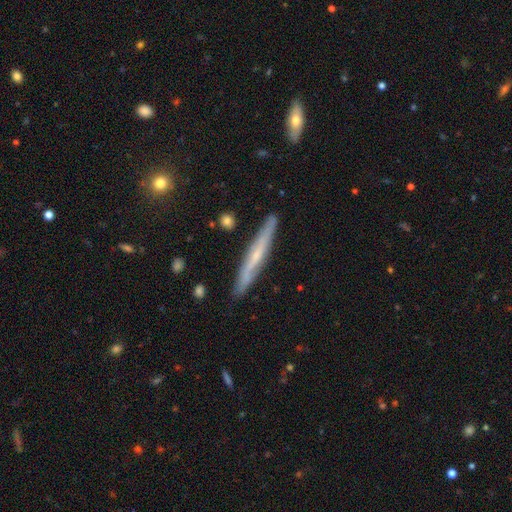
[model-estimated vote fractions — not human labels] featured or disk 58%, smooth 35%, star or artifact 7%. Down the decision tree: edge-on disk — yes (91%); edge-on bulge — none (53%); merging — none (87%).